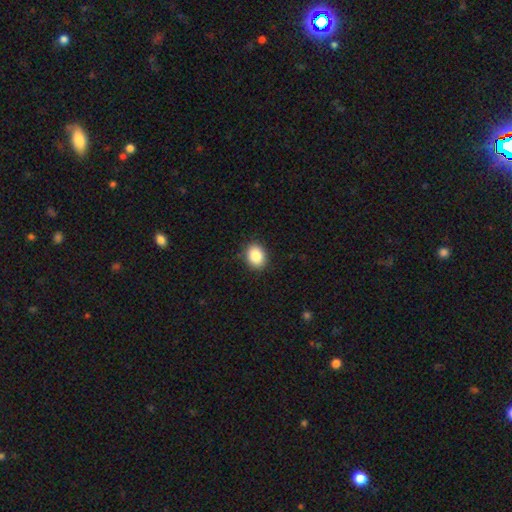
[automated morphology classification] Smooth or featured? Predicted: smooth (p=0.86). How rounded? Predicted: in between (p=0.55). Merging? Predicted: none (p=0.87).